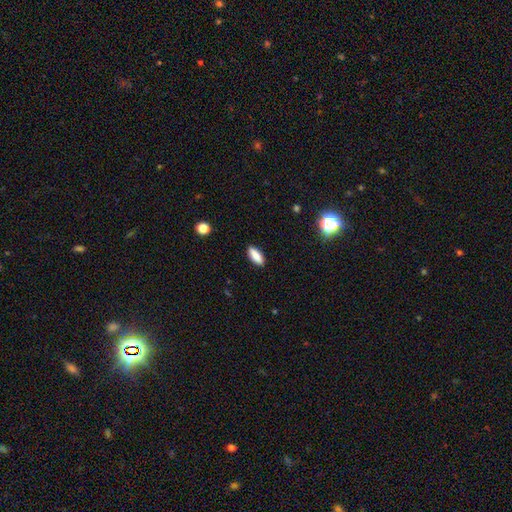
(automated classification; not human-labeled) Morphology: type=smooth (86%); roundness=in between (70%); merging=none (89%).